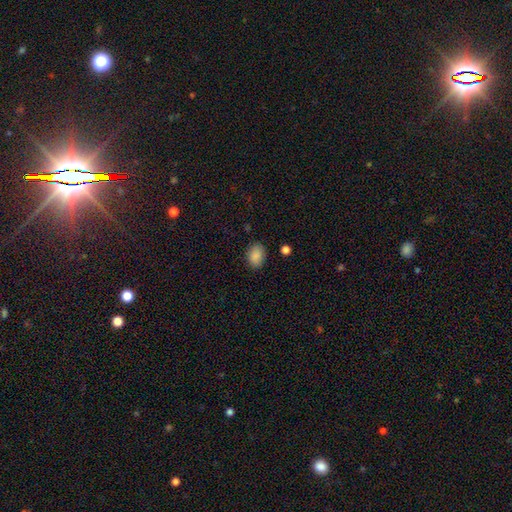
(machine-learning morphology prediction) The model was most divided on "how rounded": in between: 72%, round: 27%, cigar-shaped: 1%. More confident: smooth or featured — smooth (88%); merging — none (84%).